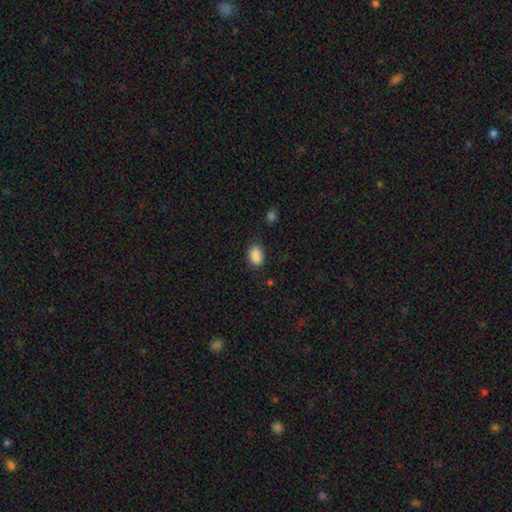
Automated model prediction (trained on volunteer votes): smooth_or_featured: smooth (p=0.88) [alt: star or artifact p=0.09]
how_rounded: in between (p=0.83) [alt: round p=0.16]
merging: none (p=0.80) [alt: minor disturbance p=0.15]